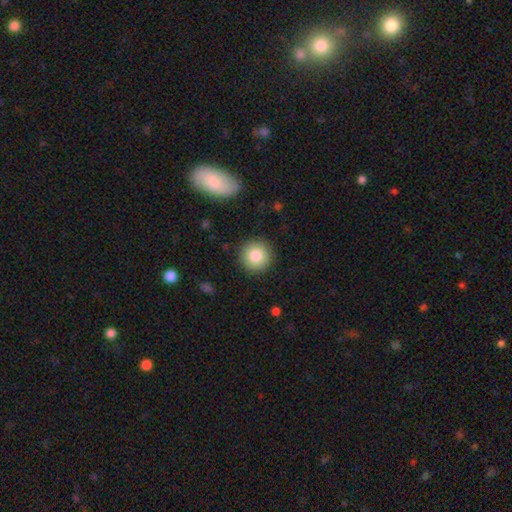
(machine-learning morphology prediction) Smooth or featured? Predicted: smooth (p=0.83). How rounded? Predicted: round (p=0.95). Merging? Predicted: none (p=0.91).